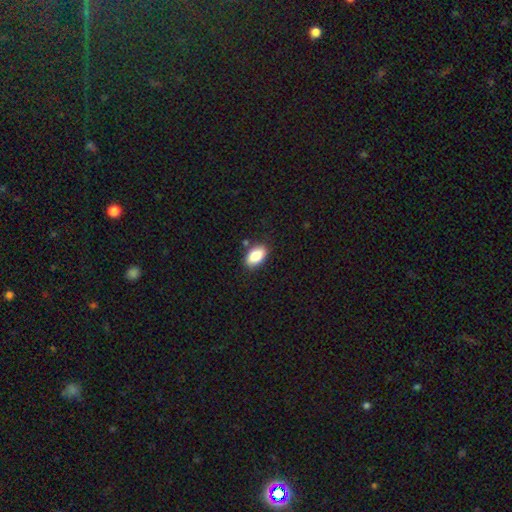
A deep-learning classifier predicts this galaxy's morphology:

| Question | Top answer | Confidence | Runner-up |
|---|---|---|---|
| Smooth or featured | smooth | 86% | star or artifact (7%) |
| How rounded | in between | 92% | round (6%) |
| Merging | none | 82% | minor disturbance (12%) |